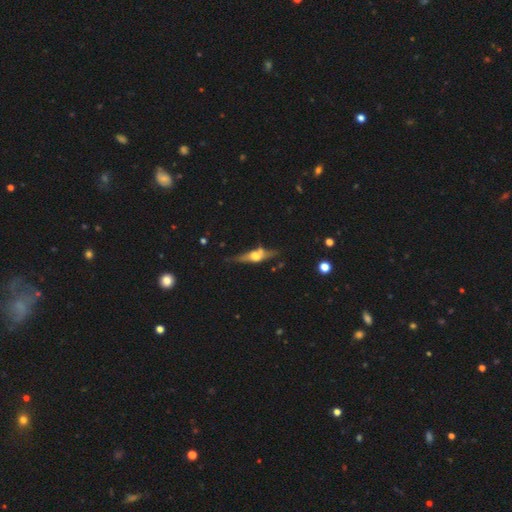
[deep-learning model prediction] A featured or disk galaxy (67%) viewed edge-on (91%) with a rounded central bulge (93%).

Vote fractions:
- Smooth or featured? featured or disk: 67% / smooth: 26% / star or artifact: 7%
- Edge-on disk? yes: 91% / no: 9%
- Edge-on bulge? rounded: 93% / boxy: 5% / none: 2%
- Merging? none: 71% / minor disturbance: 17% / merger: 7% / major disturbance: 5%